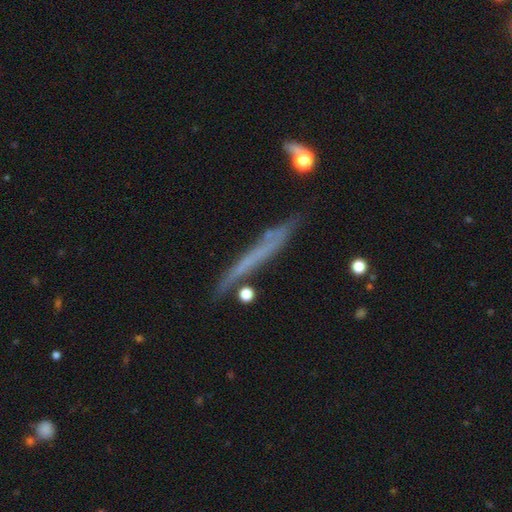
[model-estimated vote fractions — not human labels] smooth_or_featured: featured or disk (p=0.48) [alt: smooth p=0.41]
merging: none (p=0.76) [alt: minor disturbance p=0.15]